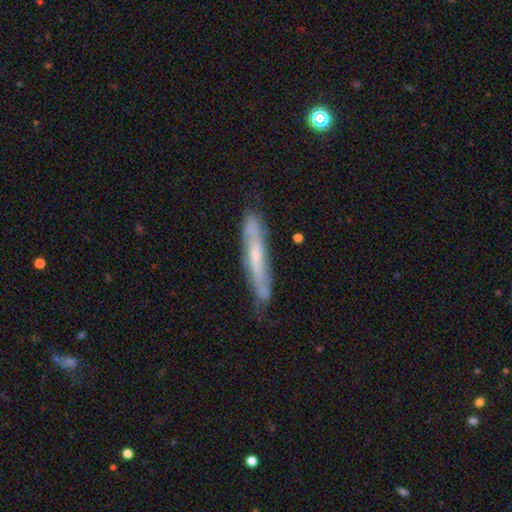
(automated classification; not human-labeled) A featured or disk galaxy (60%) viewed edge-on (66%).

Vote fractions:
- Smooth or featured? featured or disk: 60% / smooth: 33% / star or artifact: 6%
- Edge-on disk? yes: 66% / no: 34%
- Merging? none: 63% / minor disturbance: 27% / major disturbance: 6% / merger: 3%